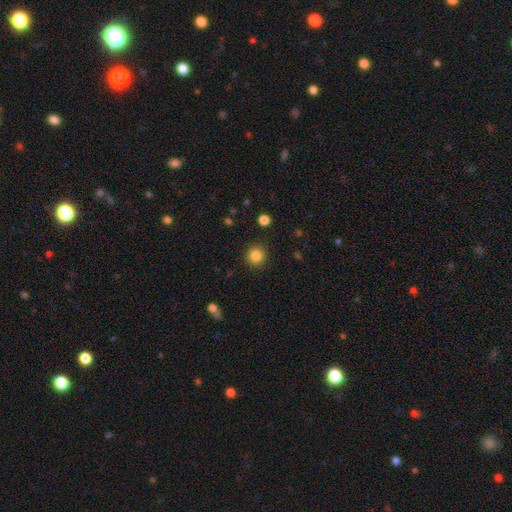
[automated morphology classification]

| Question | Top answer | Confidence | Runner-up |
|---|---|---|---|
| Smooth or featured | smooth | 84% | star or artifact (11%) |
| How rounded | round | 93% | in between (6%) |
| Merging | none | 90% | minor disturbance (6%) |